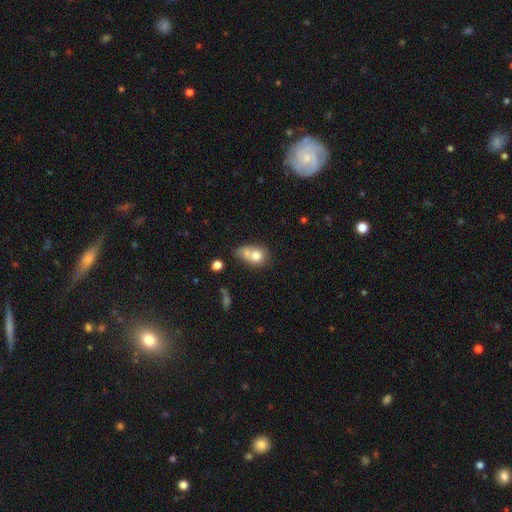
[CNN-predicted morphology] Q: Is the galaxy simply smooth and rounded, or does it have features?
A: smooth — 72%.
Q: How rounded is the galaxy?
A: round — 52%.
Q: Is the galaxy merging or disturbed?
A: merger — 54%.